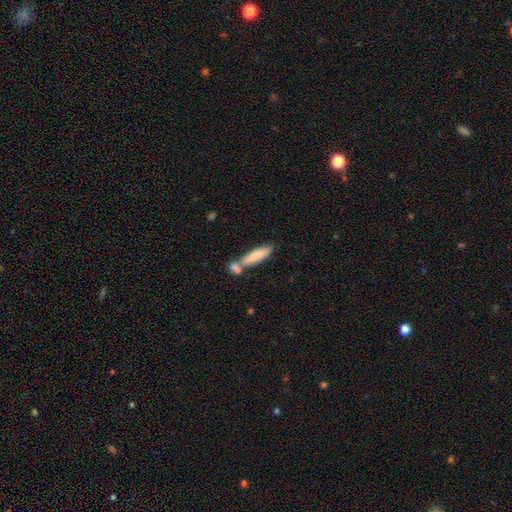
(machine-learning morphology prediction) smooth 76%, featured or disk 17%, star or artifact 6%. Down the decision tree: how rounded — cigar-shaped (69%); merging — none (49%).